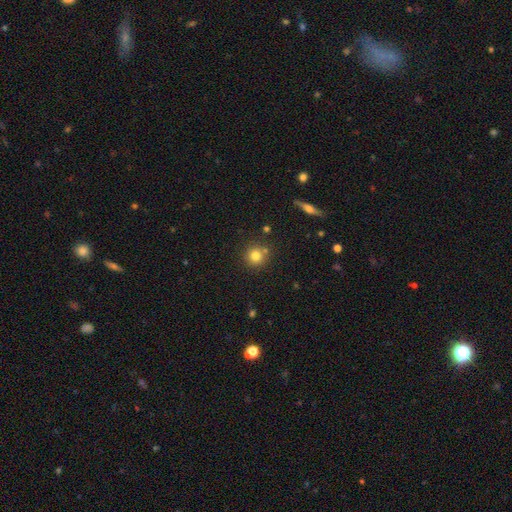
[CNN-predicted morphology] A smooth galaxy with no disk features (78%) that is round (92%).

Vote fractions:
- Smooth or featured? smooth: 78% / star or artifact: 13% / featured or disk: 9%
- How rounded? round: 92% / in between: 7% / cigar-shaped: 1%
- Merging? none: 76% / merger: 12% / minor disturbance: 9% / major disturbance: 3%